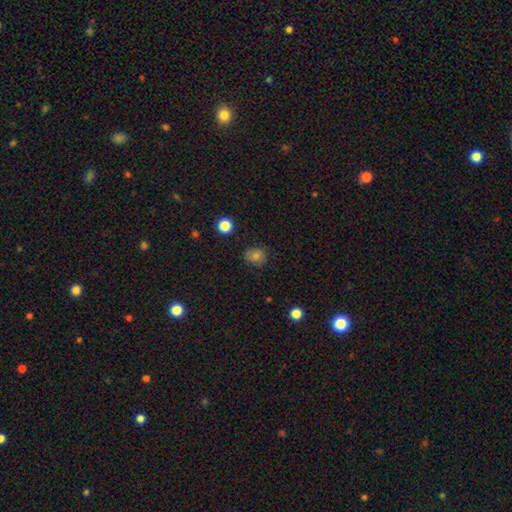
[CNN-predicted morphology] Smooth or featured?
  - smooth: 76% *
  - star or artifact: 15%
  - featured or disk: 9%
How rounded?
  - round: 63% *
  - in between: 36%
  - cigar-shaped: 1%
Merging?
  - none: 80% *
  - minor disturbance: 15%
  - major disturbance: 3%
  - merger: 1%